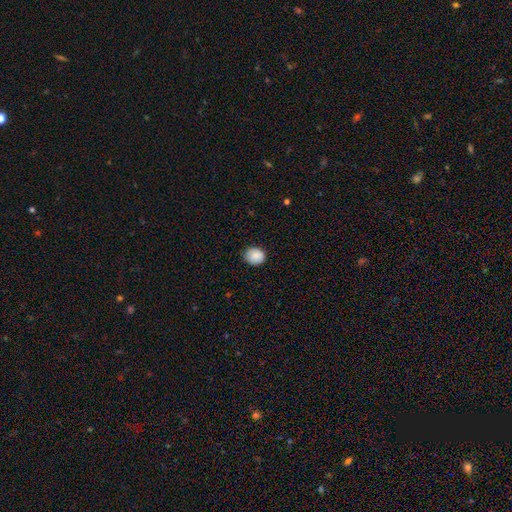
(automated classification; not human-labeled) This is clearly a smooth galaxy (85%). How rounded: likely round (71%). Merging: likely none (77%).